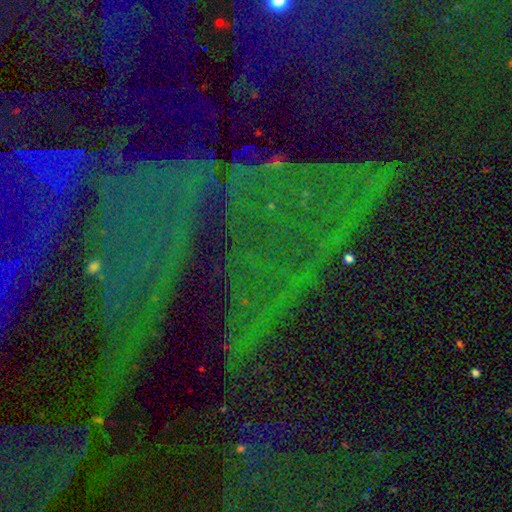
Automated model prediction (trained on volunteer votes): This appears to be a star or artifact, not a galaxy (81%).